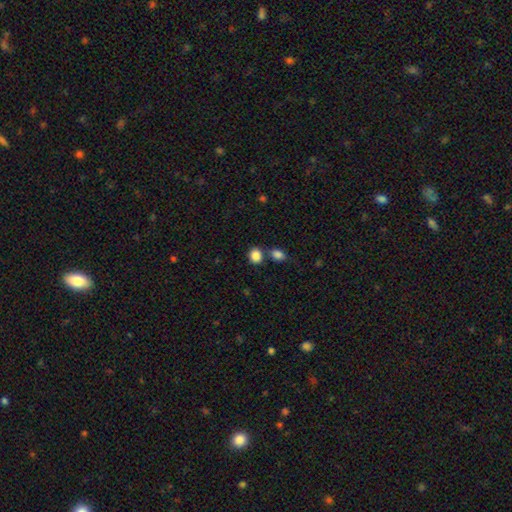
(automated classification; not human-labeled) smooth-or-featured: smooth: 87% | star or artifact: 9% | featured or disk: 4%
  how-rounded: round: 62% | in between: 37% | cigar-shaped: 1%
  merging: none: 65% | merger: 22% | minor disturbance: 10% | major disturbance: 3%